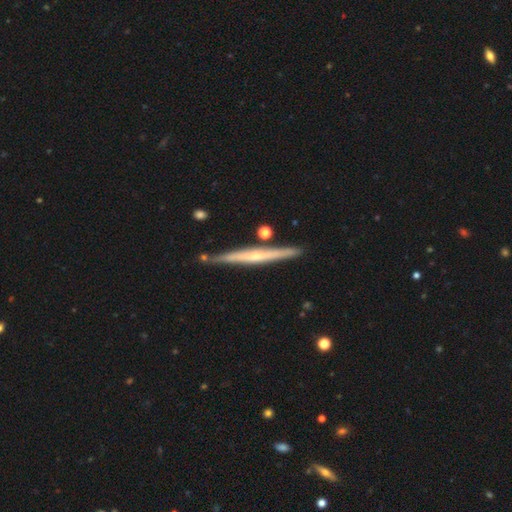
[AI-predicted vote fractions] Smooth or featured? Predicted: featured or disk (p=0.67). Edge-on disk? Predicted: yes (p=0.97). Edge-on bulge? Predicted: none (p=0.48). Merging? Predicted: none (p=0.84).